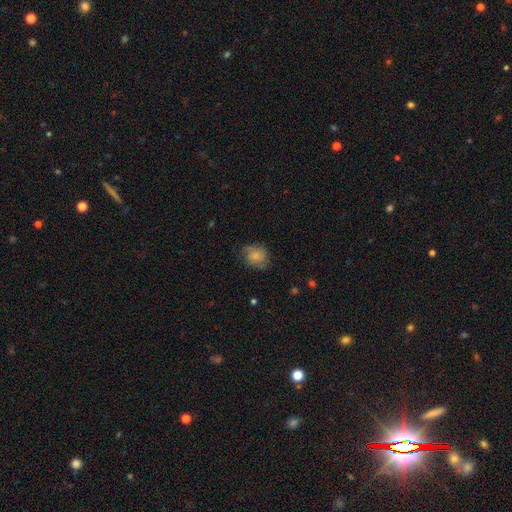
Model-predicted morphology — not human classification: Smooth or featured: smooth — 58% (featured or disk — 34%)
How rounded: round — 55% (in between — 44%)
Merging: none — 66% (minor disturbance — 24%)